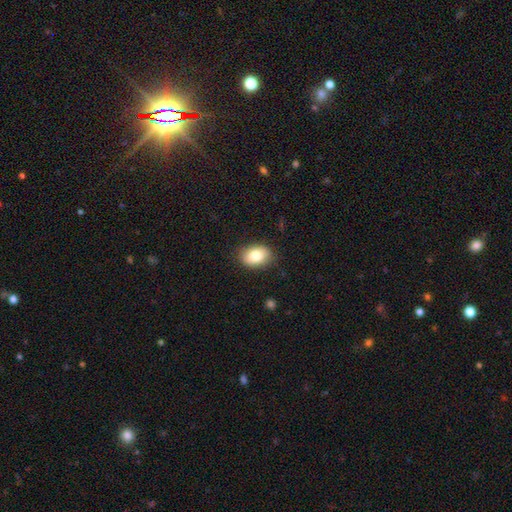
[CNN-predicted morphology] A smooth galaxy with no disk features (83%) that is in between round and cigar-shaped (78%).

Vote fractions:
- Smooth or featured? smooth: 83% / featured or disk: 10% / star or artifact: 8%
- How rounded? in between: 78% / round: 21% / cigar-shaped: 1%
- Merging? none: 84% / minor disturbance: 12% / major disturbance: 3% / merger: 1%